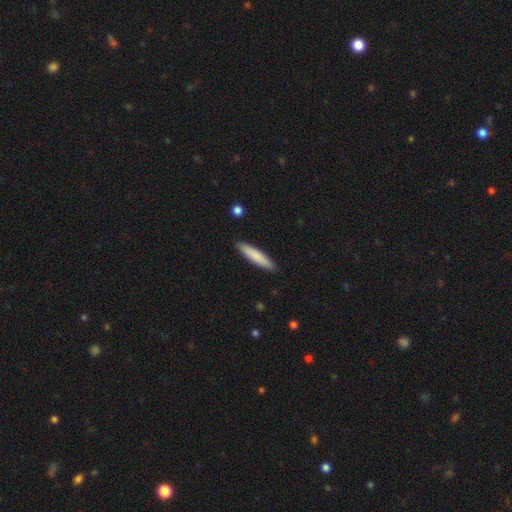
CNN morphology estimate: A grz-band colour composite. It shows a smooth galaxy with no disk features (82%) that is cigar-shaped (87%). Merging: none (91%).